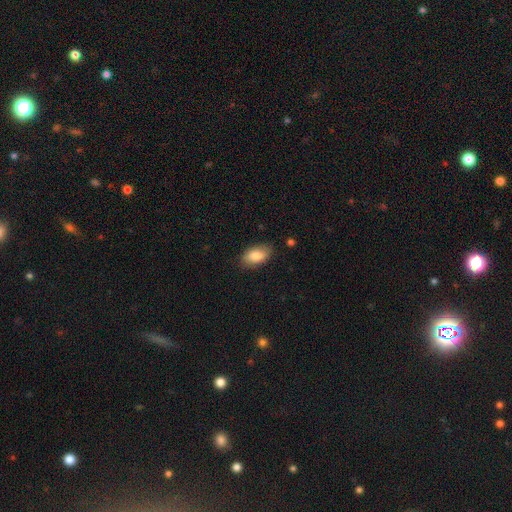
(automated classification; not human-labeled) smooth-or-featured: smooth: 83% | featured or disk: 11% | star or artifact: 7%
  how-rounded: in between: 92% | round: 5% | cigar-shaped: 3%
  merging: none: 81% | minor disturbance: 15% | major disturbance: 3% | merger: 1%